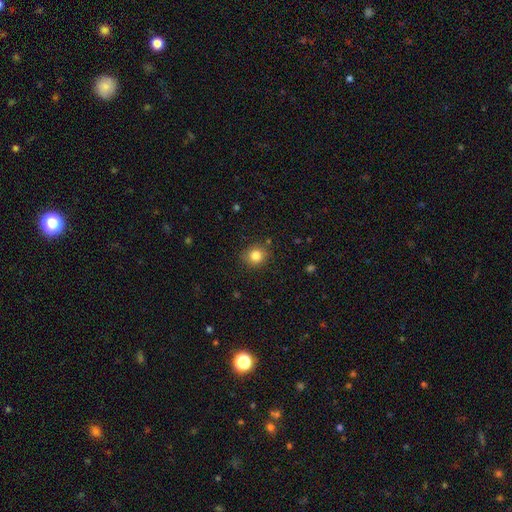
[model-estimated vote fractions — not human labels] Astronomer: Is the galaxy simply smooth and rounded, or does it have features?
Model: smooth — 82%.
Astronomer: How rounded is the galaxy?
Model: round — 82%.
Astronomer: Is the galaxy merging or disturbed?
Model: none — 85%.